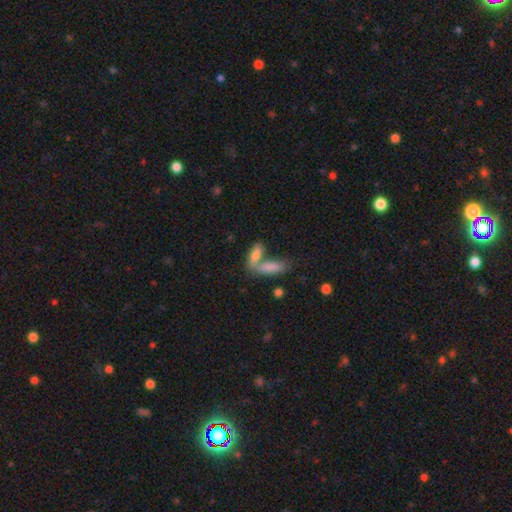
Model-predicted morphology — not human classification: This appears to be a smooth galaxy with no disk features (75%) that is in between round and cigar-shaped (59%). Merging: merger (52%).